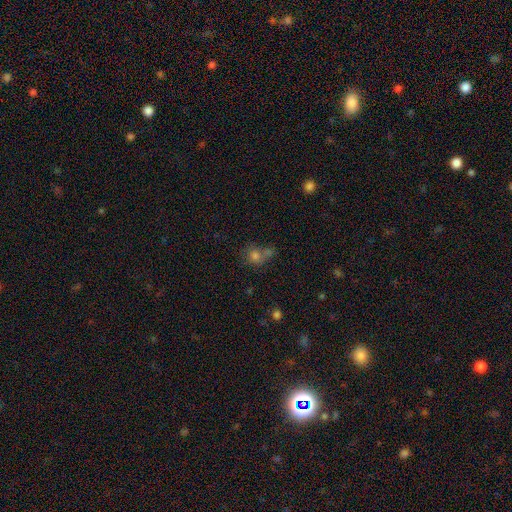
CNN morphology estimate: A smooth galaxy with no disk features (67%) that is round (77%). Merging: none (48%).